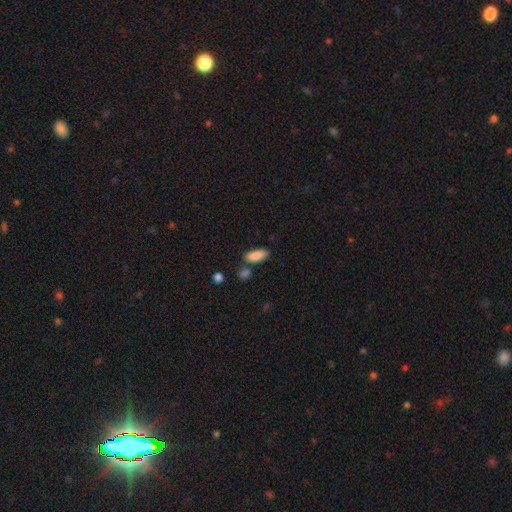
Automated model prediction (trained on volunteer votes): smooth_or_featured: smooth (p=0.88) [alt: star or artifact p=0.07]
how_rounded: in between (p=0.75) [alt: cigar-shaped p=0.23]
merging: none (p=0.71) [alt: minor disturbance p=0.14]